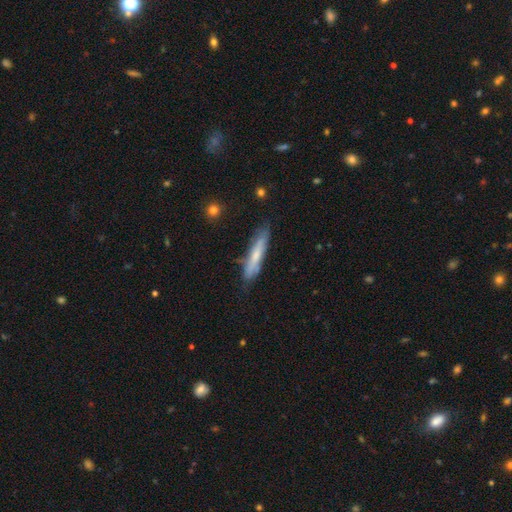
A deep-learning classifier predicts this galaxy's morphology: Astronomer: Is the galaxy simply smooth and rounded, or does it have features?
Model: smooth — 55% (runner-up: featured or disk, 39%).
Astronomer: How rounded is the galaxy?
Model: cigar-shaped — 88%.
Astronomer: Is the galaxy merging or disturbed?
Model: none — 76%.